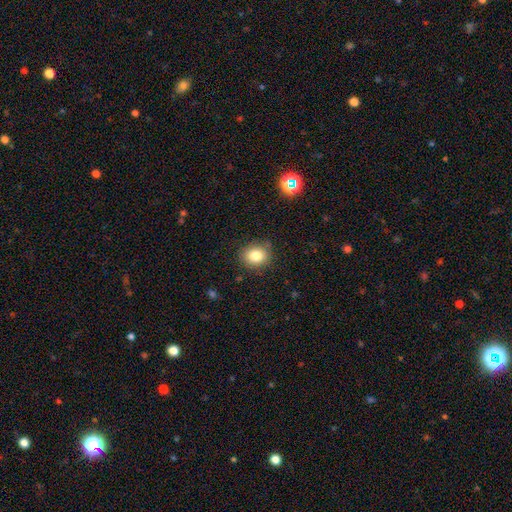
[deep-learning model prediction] smooth_or_featured: smooth (p=0.82) [alt: star or artifact p=0.11]
how_rounded: round (p=0.68) [alt: in between p=0.31]
merging: none (p=0.84) [alt: minor disturbance p=0.11]